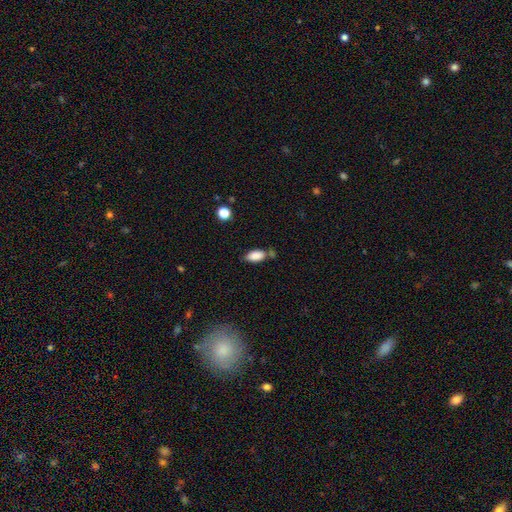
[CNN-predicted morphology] This appears to be a smooth galaxy with no disk features (86%) that is in between round and cigar-shaped (91%). Merging: none (59%).